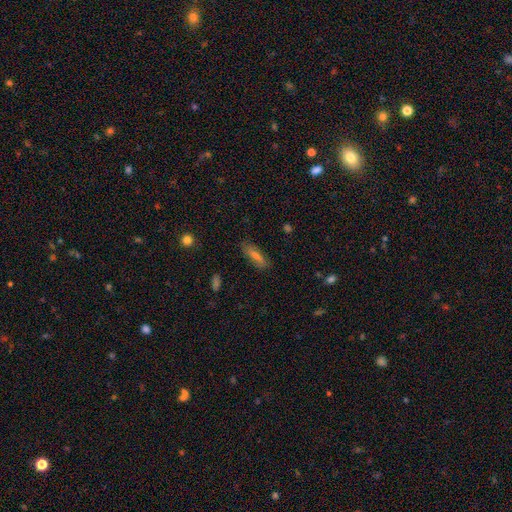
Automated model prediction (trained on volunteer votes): Smooth or featured? Predicted: smooth (p=0.60). How rounded? Predicted: cigar-shaped (p=0.59). Merging? Predicted: none (p=0.83).